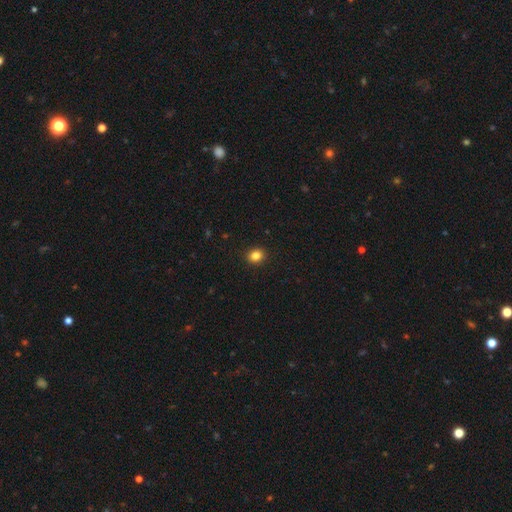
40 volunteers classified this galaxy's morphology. This is clearly a smooth galaxy (85%). How rounded: clearly round (82%). Merging: clearly none (94%).